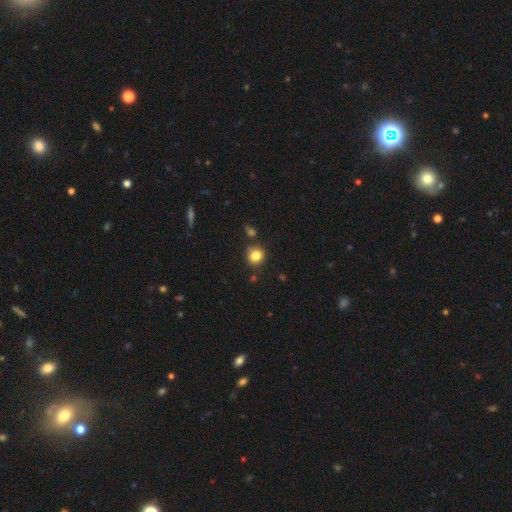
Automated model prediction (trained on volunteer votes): A smooth galaxy with no disk features (83%) that is round (81%). Merging: none (79%).